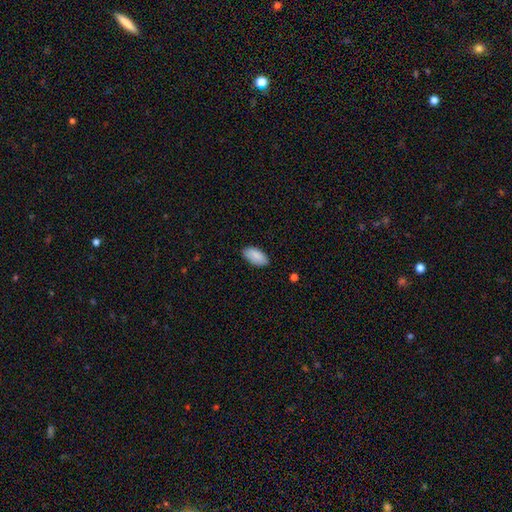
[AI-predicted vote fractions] Q: Smooth or featured?
A: smooth (88%); runner-up: star or artifact (6%)
Q: How rounded?
A: in between (94%); runner-up: cigar-shaped (4%)
Q: Merging?
A: none (85%); runner-up: minor disturbance (12%)